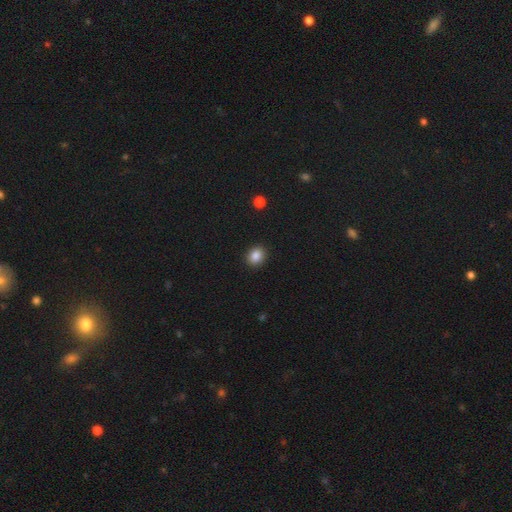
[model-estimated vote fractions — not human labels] smooth 86%, star or artifact 10%, featured or disk 4%. Down the decision tree: how rounded — round (61%); merging — none (91%).